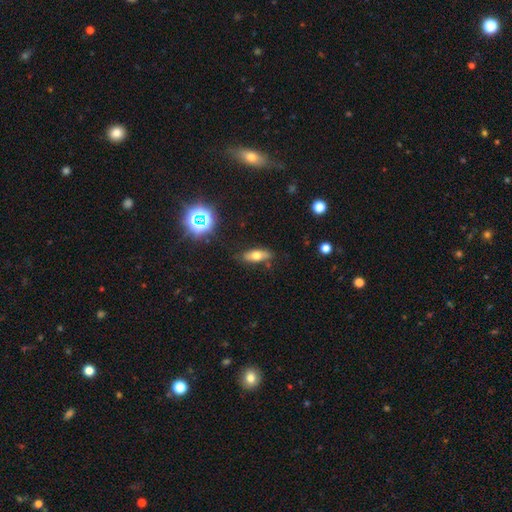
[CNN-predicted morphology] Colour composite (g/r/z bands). It shows a smooth galaxy with no disk features (62%) that is in between round and cigar-shaped (70%). Merging: none (80%).